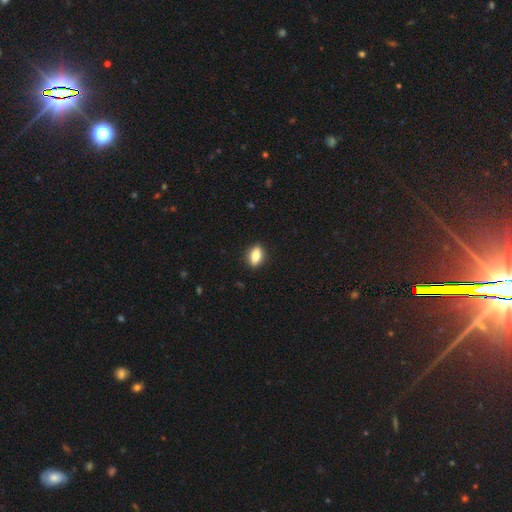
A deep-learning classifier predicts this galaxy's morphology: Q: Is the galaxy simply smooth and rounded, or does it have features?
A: smooth — 79%.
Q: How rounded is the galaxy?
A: in between — 82%.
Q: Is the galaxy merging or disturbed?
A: none — 88%.